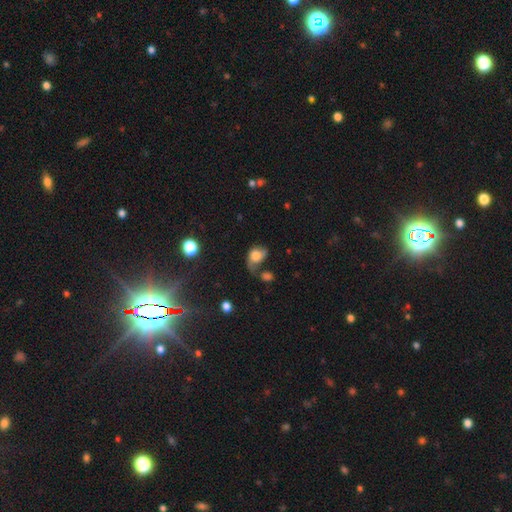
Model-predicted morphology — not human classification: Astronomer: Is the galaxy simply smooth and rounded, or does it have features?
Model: smooth — 59%.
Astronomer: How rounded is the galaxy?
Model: in between — 62% (runner-up: round, 37%).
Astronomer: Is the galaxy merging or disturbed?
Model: major disturbance — 35% (runner-up: none, 25%).